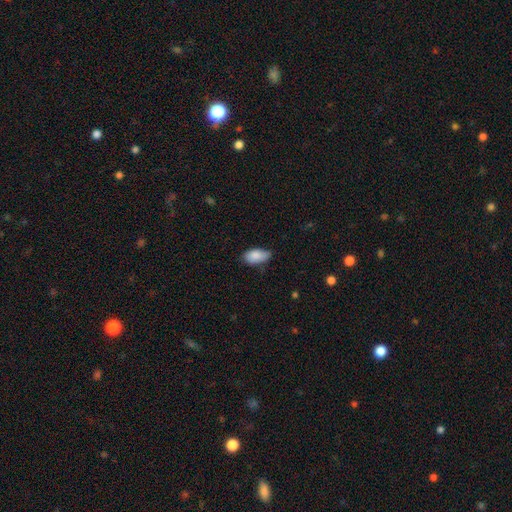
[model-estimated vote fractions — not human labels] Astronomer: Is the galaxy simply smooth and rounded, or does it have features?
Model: smooth — 86%.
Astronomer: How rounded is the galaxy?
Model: in between — 92%.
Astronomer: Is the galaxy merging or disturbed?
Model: none — 62%.